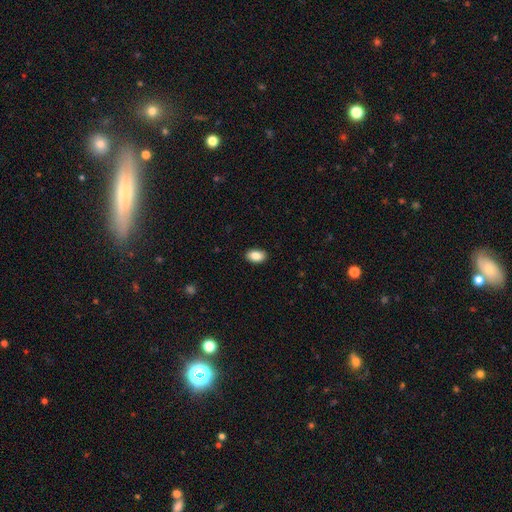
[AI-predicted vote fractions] Smooth or featured? Predicted: smooth (p=0.87). How rounded? Predicted: in between (p=0.91). Merging? Predicted: none (p=0.89).